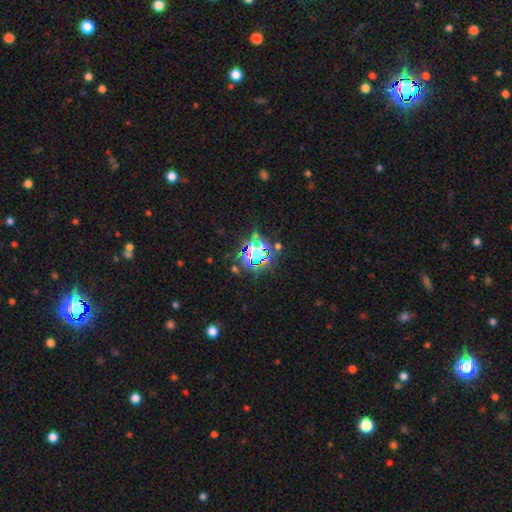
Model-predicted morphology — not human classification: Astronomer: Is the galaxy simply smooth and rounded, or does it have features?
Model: star or artifact — 79%.